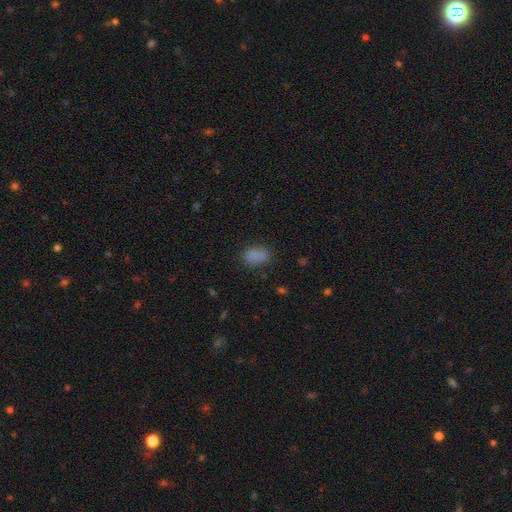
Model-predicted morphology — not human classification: smooth_or_featured: smooth (p=0.82) [alt: star or artifact p=0.12]
how_rounded: in between (p=0.84) [alt: round p=0.14]
merging: none (p=0.76) [alt: minor disturbance p=0.16]